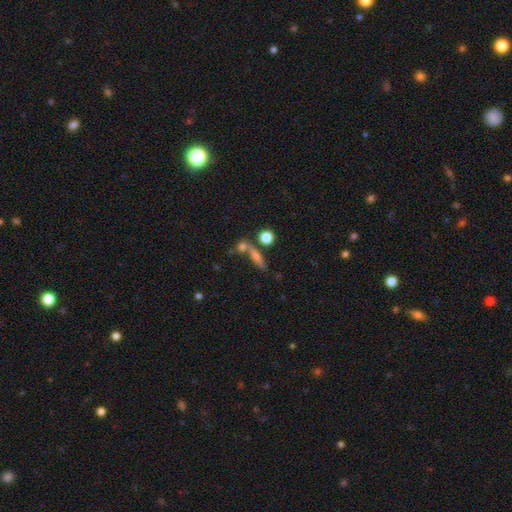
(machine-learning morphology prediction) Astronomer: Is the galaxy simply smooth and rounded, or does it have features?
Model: smooth — 45% (runner-up: featured or disk, 42%).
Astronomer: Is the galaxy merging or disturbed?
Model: none — 60%.